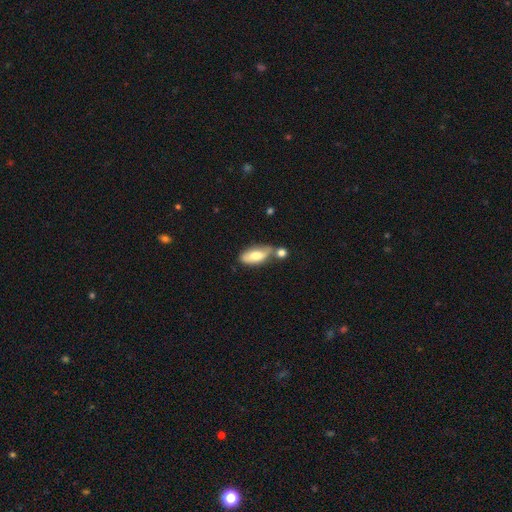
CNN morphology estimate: Smooth or featured? Predicted: smooth (p=0.71). How rounded? Predicted: in between (p=0.82). Merging? Predicted: none (p=0.42).